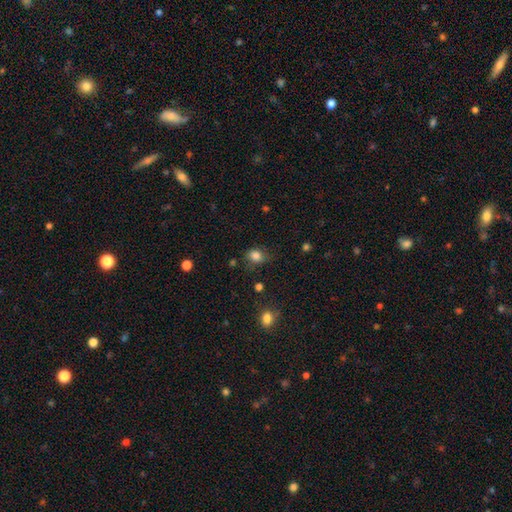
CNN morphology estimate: This appears to be a smooth galaxy with no disk features (83%) that is in between round and cigar-shaped (57%). Merging: none (66%).